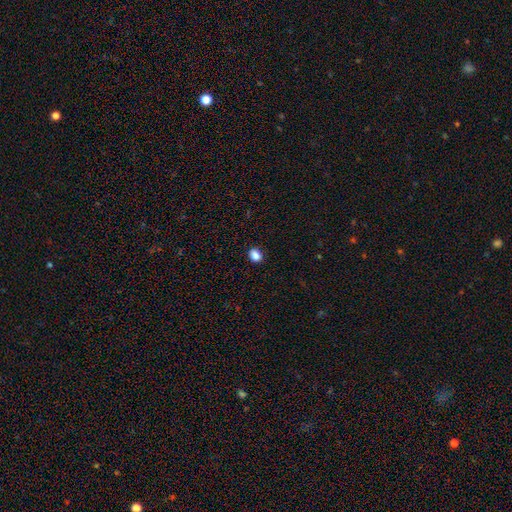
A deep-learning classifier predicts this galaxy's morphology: A smooth galaxy with no disk features (86%) that is in between round and cigar-shaped (50%).

Vote fractions:
- Smooth or featured? smooth: 86% / star or artifact: 11% / featured or disk: 4%
- How rounded? in between: 50% / round: 49% / cigar-shaped: 1%
- Merging? none: 89% / minor disturbance: 8% / major disturbance: 2% / merger: 1%